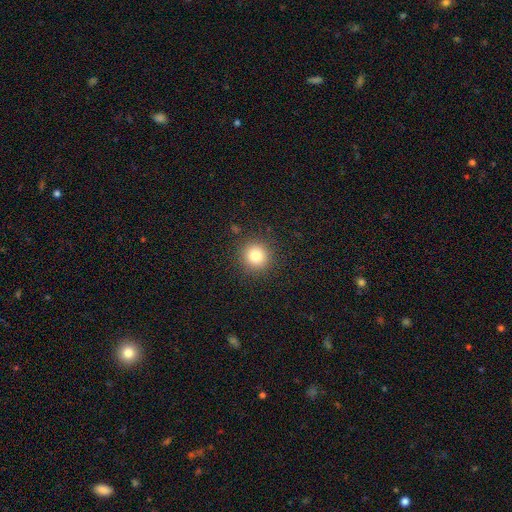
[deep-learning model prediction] smooth_or_featured: smooth (p=0.81) [alt: star or artifact p=0.12]
how_rounded: round (p=0.94) [alt: in between p=0.05]
merging: none (p=0.90) [alt: minor disturbance p=0.06]